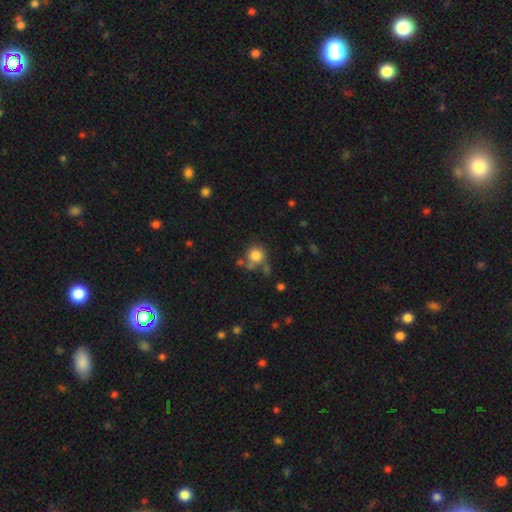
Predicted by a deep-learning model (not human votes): Morphology: type=smooth (80%); roundness=round (88%); merging=none (57%).